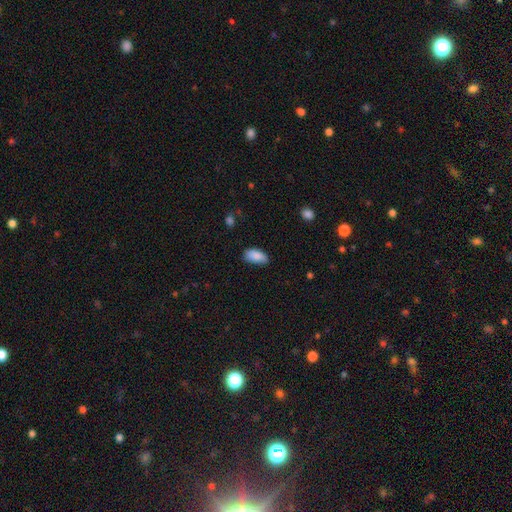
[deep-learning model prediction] Q: Smooth or featured?
A: smooth (88%); runner-up: star or artifact (7%)
Q: How rounded?
A: in between (93%); runner-up: cigar-shaped (4%)
Q: Merging?
A: none (76%); runner-up: minor disturbance (19%)